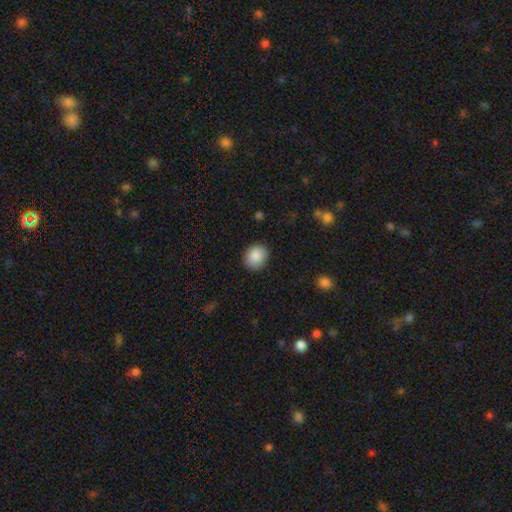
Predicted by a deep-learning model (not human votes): A smooth galaxy with no disk features (88%) that is round (68%). Merging: none (88%).